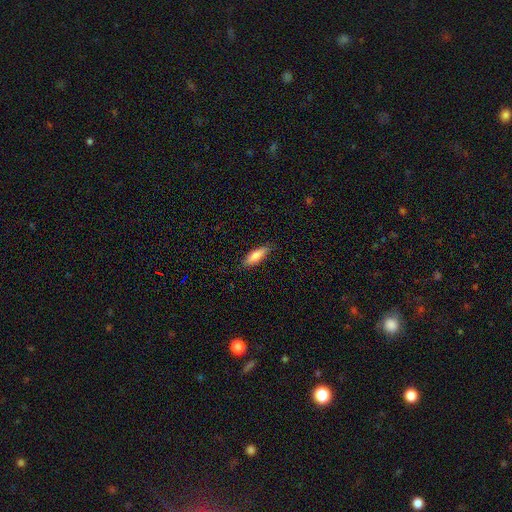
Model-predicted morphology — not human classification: Q: Smooth or featured?
A: smooth (81%); runner-up: featured or disk (13%)
Q: How rounded?
A: in between (53%); runner-up: cigar-shaped (45%)
Q: Merging?
A: none (83%); runner-up: minor disturbance (14%)